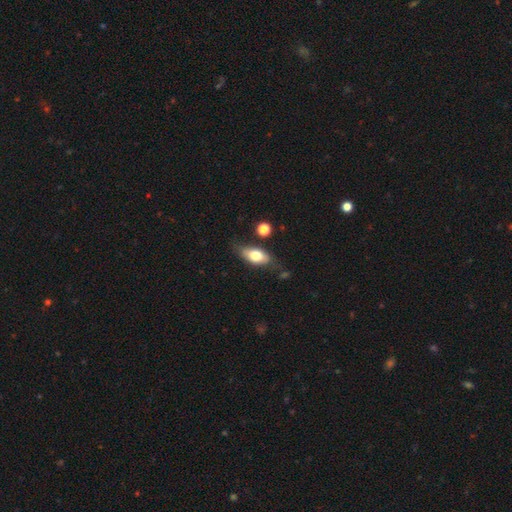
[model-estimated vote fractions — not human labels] Overall: smooth (70%). How rounded: in between (84%). Merging: none (68%).